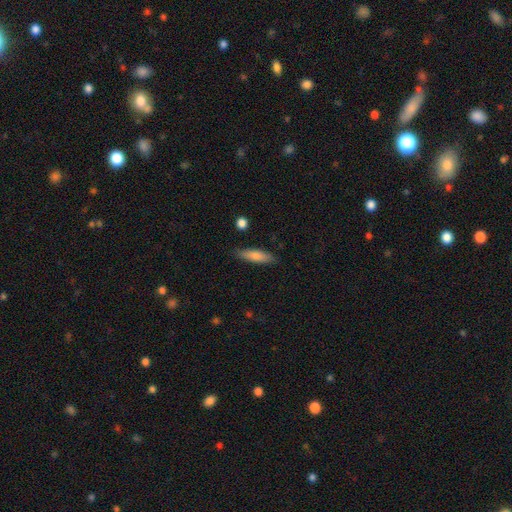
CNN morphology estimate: Overall: smooth (79%). How rounded: cigar-shaped (64%; in between 34%). Merging: none (84%).